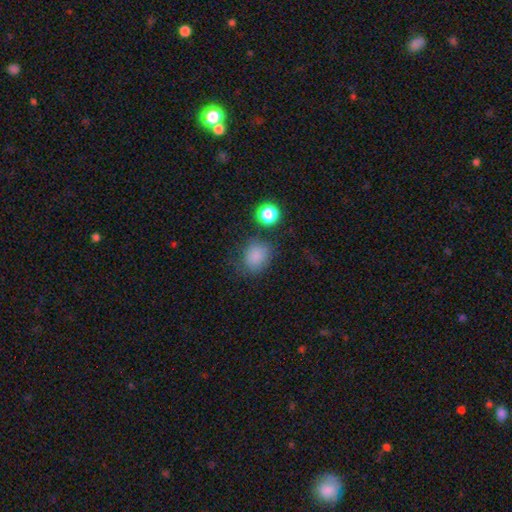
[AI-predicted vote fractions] Smooth or featured: smooth — 82% (star or artifact — 13%)
How rounded: round — 61% (in between — 38%)
Merging: none — 71% (minor disturbance — 17%)